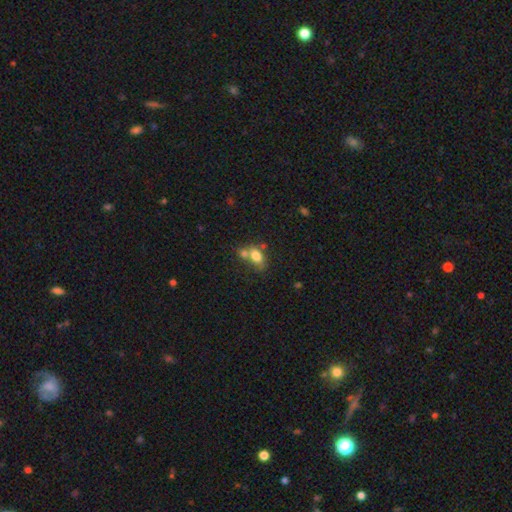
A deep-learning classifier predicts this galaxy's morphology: smooth_or_featured: smooth (p=0.74) [alt: featured or disk p=0.16]
how_rounded: in between (p=0.80) [alt: round p=0.16]
merging: merger (p=0.46) [alt: none p=0.33]